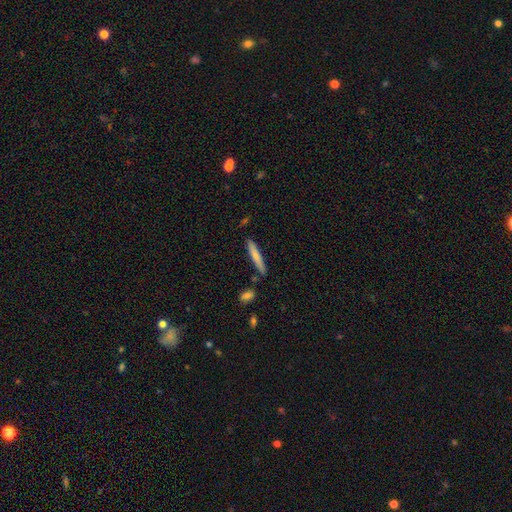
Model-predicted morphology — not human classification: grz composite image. It shows a smooth galaxy with no disk features (70%) that is cigar-shaped (93%). Merging: none (83%).